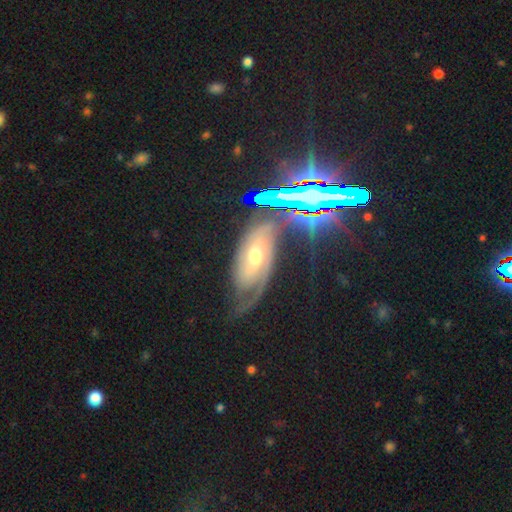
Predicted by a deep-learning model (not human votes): Smooth or featured: featured or disk — 70% (star or artifact — 15%)
Edge-on disk: no — 90% (yes — 10%)
Bar: no — 55% (weak — 33%)
Spiral arms: yes — 91% (no — 9%)
Spiral winding: medium — 41% (tight — 34%)
Spiral arm count: 2 — 69% (can't tell — 17%)
Bulge size: moderate — 69% (small — 23%)
Merging: none — 60% (minor disturbance — 21%)